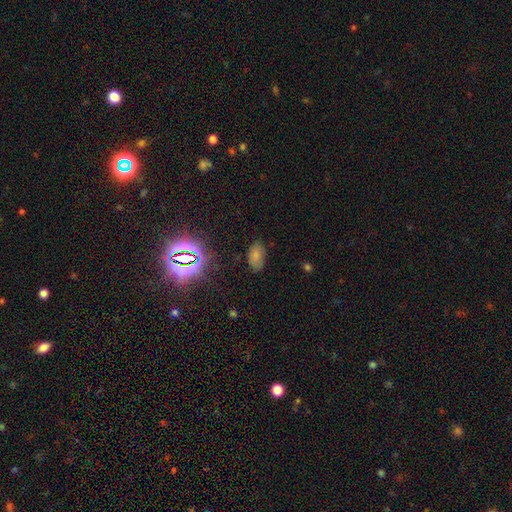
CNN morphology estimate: Smooth or featured: smooth — 67% (star or artifact — 23%)
How rounded: in between — 92% (round — 5%)
Merging: none — 78% (minor disturbance — 16%)